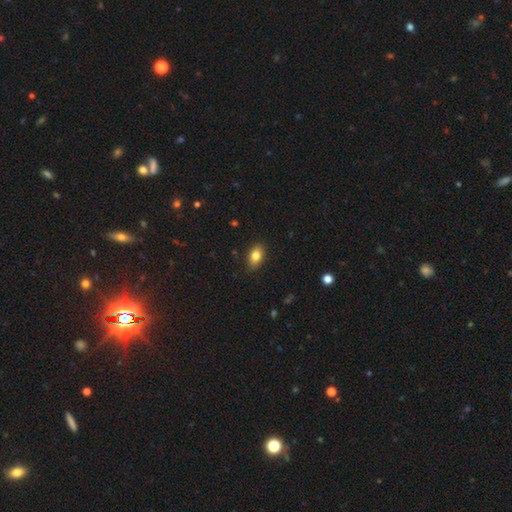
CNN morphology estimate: Smooth or featured: smooth — 81% (featured or disk — 11%)
How rounded: in between — 86% (round — 11%)
Merging: none — 87% (minor disturbance — 10%)